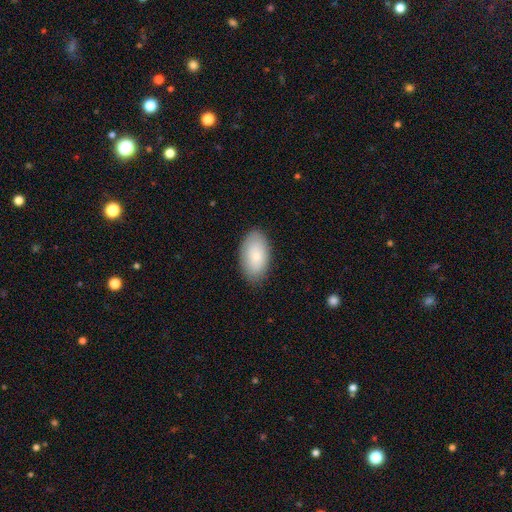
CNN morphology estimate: A smooth galaxy with no disk features (80%) that is in between round and cigar-shaped (95%). Merging: none (85%).